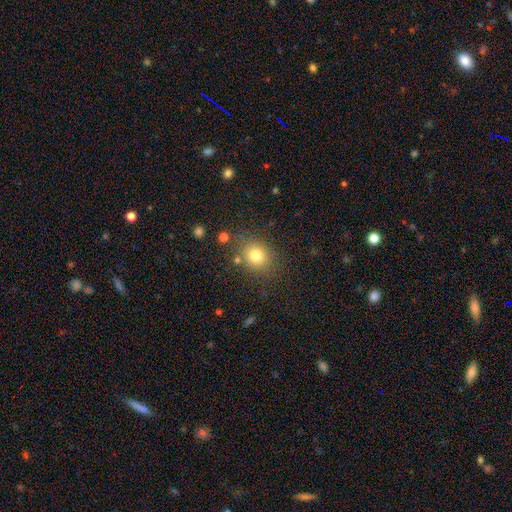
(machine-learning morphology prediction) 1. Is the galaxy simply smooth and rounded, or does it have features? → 78% smooth, 14% star or artifact, 8% featured or disk.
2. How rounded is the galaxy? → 74% round, 25% in between, 1% cigar-shaped.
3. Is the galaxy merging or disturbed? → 80% none, 11% minor disturbance, 5% merger, 4% major disturbance.